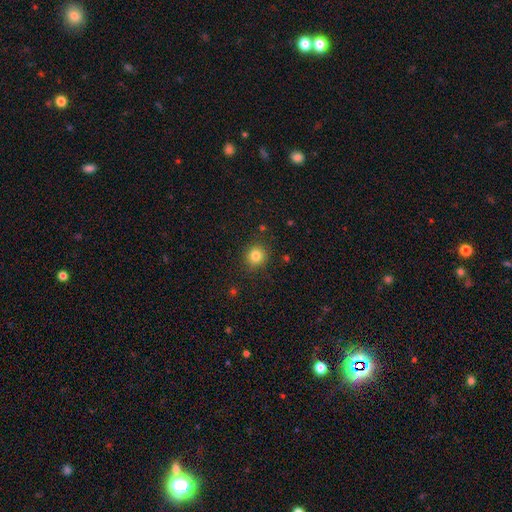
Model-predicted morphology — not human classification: A smooth galaxy with no disk features (82%) that is round (90%).

Vote fractions:
- Smooth or featured? smooth: 82% / star or artifact: 12% / featured or disk: 6%
- How rounded? round: 90% / in between: 9% / cigar-shaped: 1%
- Merging? none: 89% / minor disturbance: 8% / major disturbance: 2% / merger: 1%